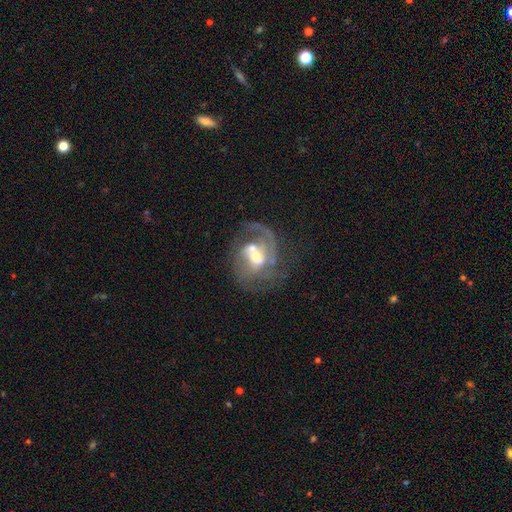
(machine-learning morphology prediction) A featured or disk galaxy (79%) with no bar (54%), 2 (39%) medium (45%) spiral arms (85%) and a moderate central bulge (59%). Merging: merger (36%).